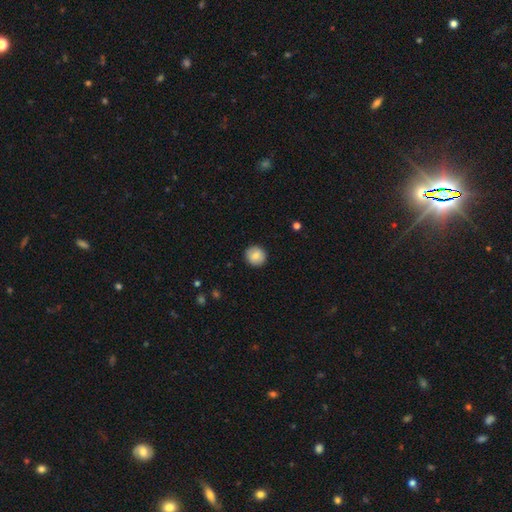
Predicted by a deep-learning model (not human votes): Smooth or featured?
  - smooth: 82% *
  - featured or disk: 10%
  - star or artifact: 8%
How rounded?
  - round: 90% *
  - in between: 9%
  - cigar-shaped: 1%
Merging?
  - none: 91% *
  - minor disturbance: 7%
  - major disturbance: 2%
  - merger: 1%